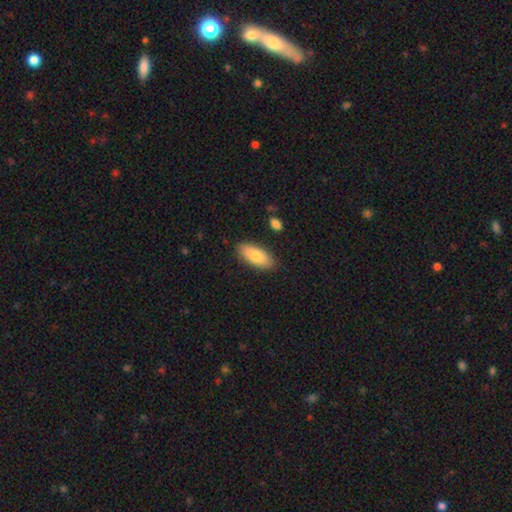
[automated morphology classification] This appears to be a smooth galaxy with no disk features (81%) that is in between round and cigar-shaped (83%). Merging: none (85%).